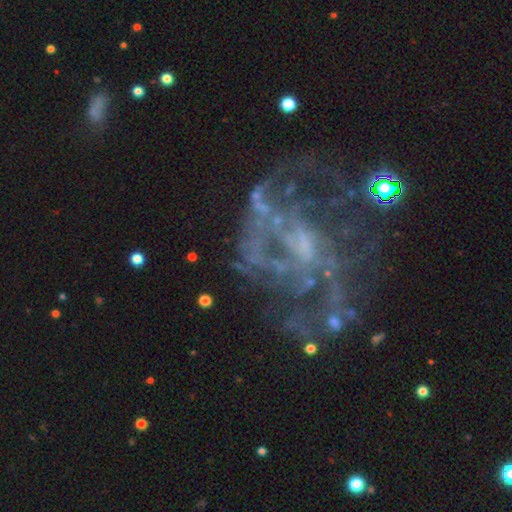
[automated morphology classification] featured or disk 76%, star or artifact 16%, smooth 8%. Down the decision tree: edge-on disk — no (98%); bar — no (55%); spiral arms — yes (64%); bulge size — none (48%); merging — none (39%).